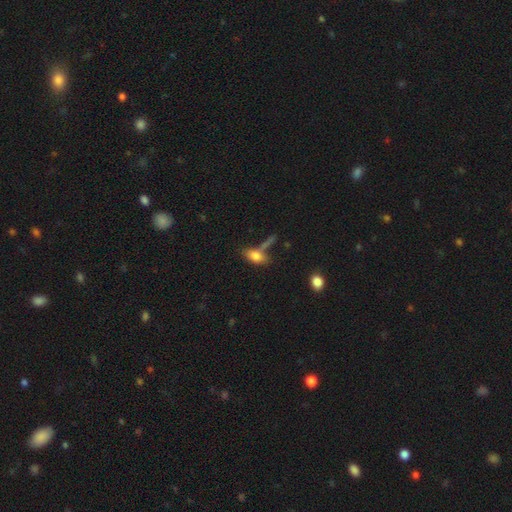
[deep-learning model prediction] A smooth galaxy with no disk features (74%) that is in between round and cigar-shaped (82%).

Vote fractions:
- Smooth or featured? smooth: 74% / featured or disk: 16% / star or artifact: 10%
- How rounded? in between: 82% / cigar-shaped: 11% / round: 7%
- Merging? none: 43% / merger: 26% / minor disturbance: 18% / major disturbance: 13%